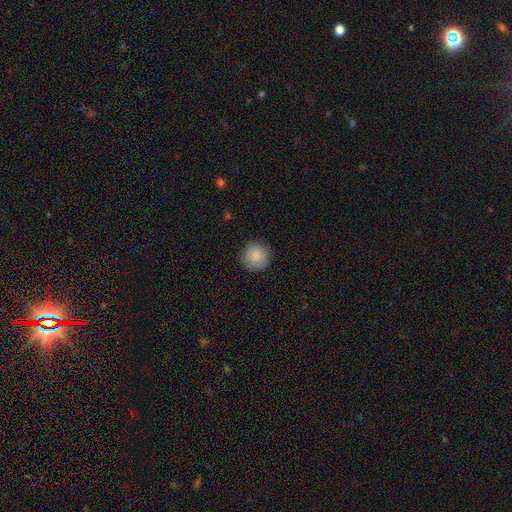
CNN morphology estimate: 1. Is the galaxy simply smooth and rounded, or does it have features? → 84% smooth, 8% star or artifact, 8% featured or disk.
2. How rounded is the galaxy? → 95% round, 4% in between, 1% cigar-shaped.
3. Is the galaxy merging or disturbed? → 88% none, 9% minor disturbance, 2% major disturbance, 1% merger.